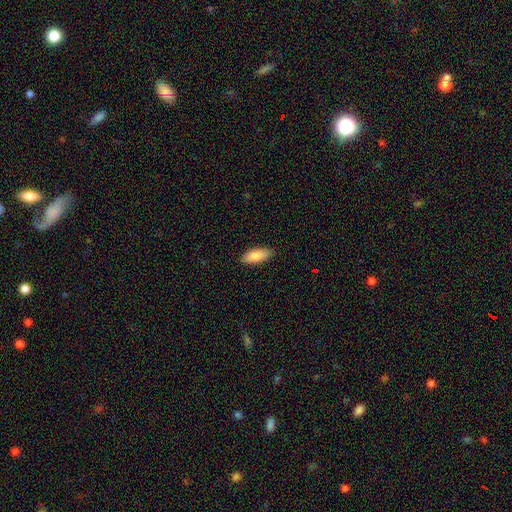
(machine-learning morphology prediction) type=smooth (88%); roundness=in between (80%); merging=none (89%).